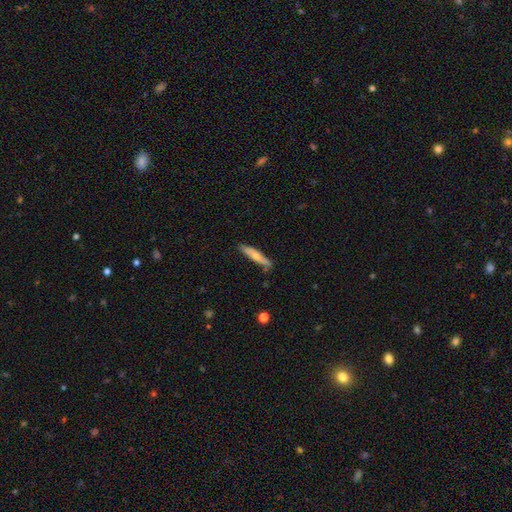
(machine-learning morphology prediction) Overall: smooth (56%; featured or disk 38%). How rounded: cigar-shaped (87%). Merging: none (82%).